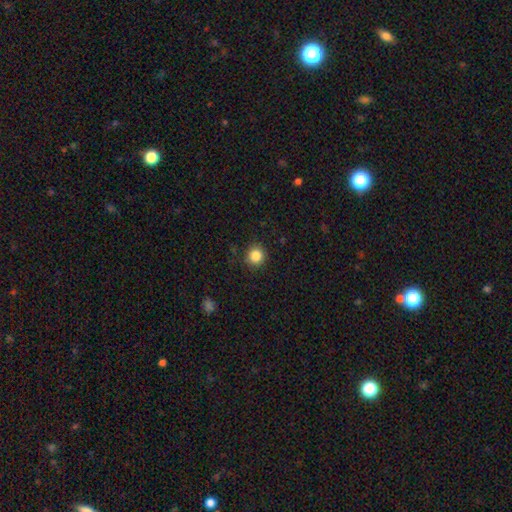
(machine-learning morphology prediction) type=smooth (85%); roundness=round (91%); merging=none (88%).